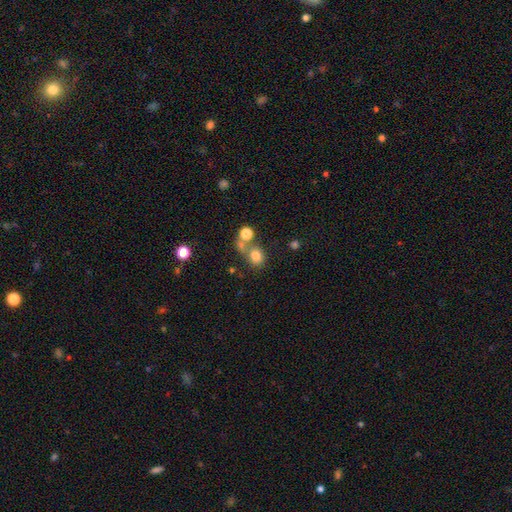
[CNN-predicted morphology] type=smooth (76%); roundness=round (76%); merging=none (52%).